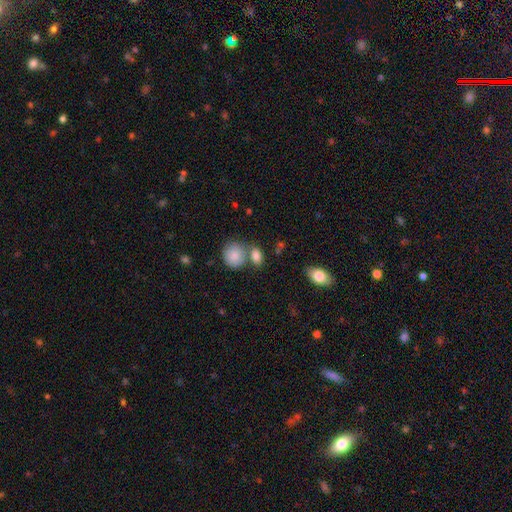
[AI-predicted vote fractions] Smooth or featured: smooth — 83% (featured or disk — 9%)
How rounded: in between — 63% (round — 34%)
Merging: none — 50% (merger — 35%)